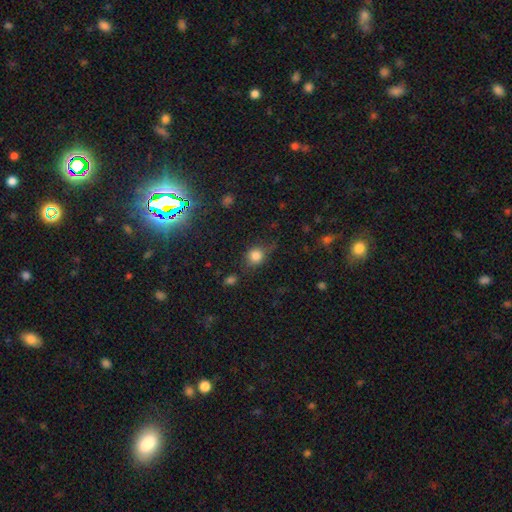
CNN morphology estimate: Smooth or featured: smooth — 79% (star or artifact — 13%)
How rounded: round — 77% (in between — 21%)
Merging: none — 62% (minor disturbance — 25%)